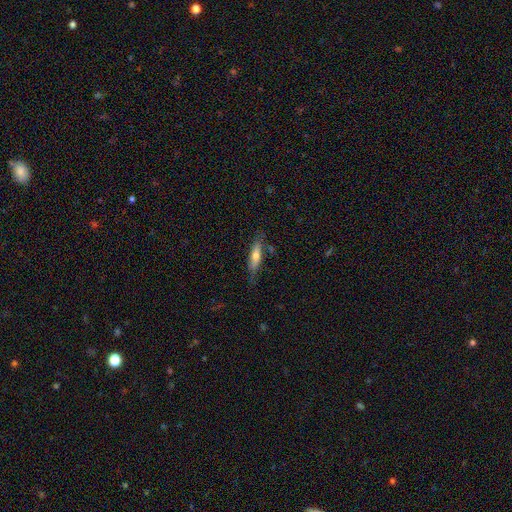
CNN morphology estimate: A smooth galaxy with no disk features (56%) that is cigar-shaped (66%).

Vote fractions:
- Smooth or featured? smooth: 56% / featured or disk: 38% / star or artifact: 6%
- How rounded? cigar-shaped: 66% / in between: 32% / round: 2%
- Merging? none: 69% / minor disturbance: 22% / major disturbance: 5% / merger: 3%